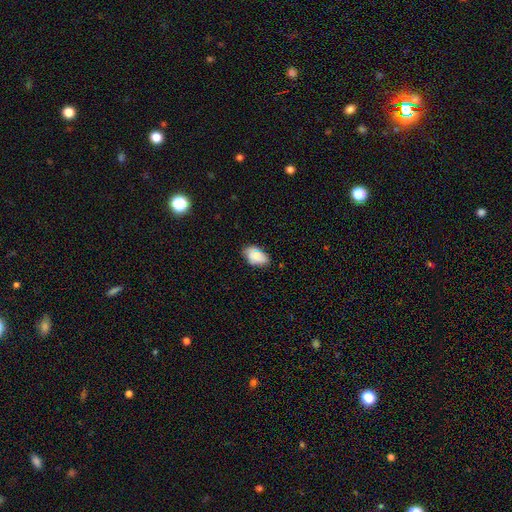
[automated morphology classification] Smooth or featured?
  - smooth: 83% *
  - featured or disk: 9%
  - star or artifact: 8%
How rounded?
  - in between: 91% *
  - round: 7%
  - cigar-shaped: 2%
Merging?
  - none: 71% *
  - minor disturbance: 24%
  - major disturbance: 4%
  - merger: 2%